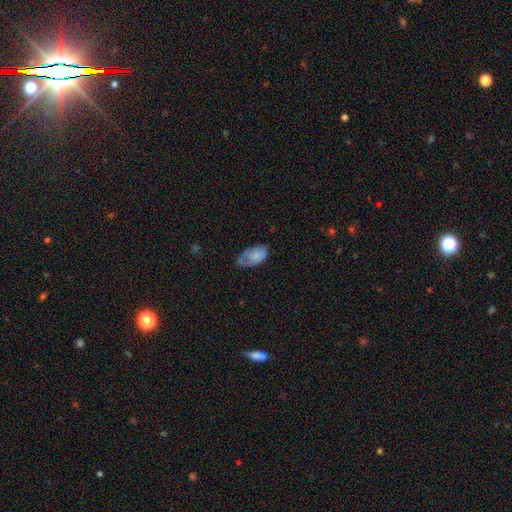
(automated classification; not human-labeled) A smooth galaxy with no disk features (62%) that is in between round and cigar-shaped (94%). Merging: none (53%).